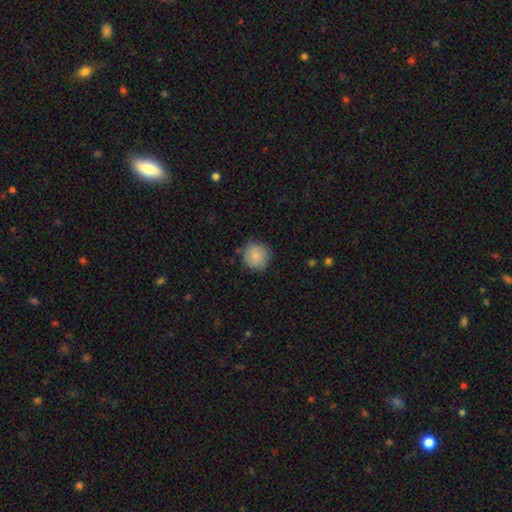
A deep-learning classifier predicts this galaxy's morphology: Overall: smooth (85%). How rounded: round (92%). Merging: none (81%).